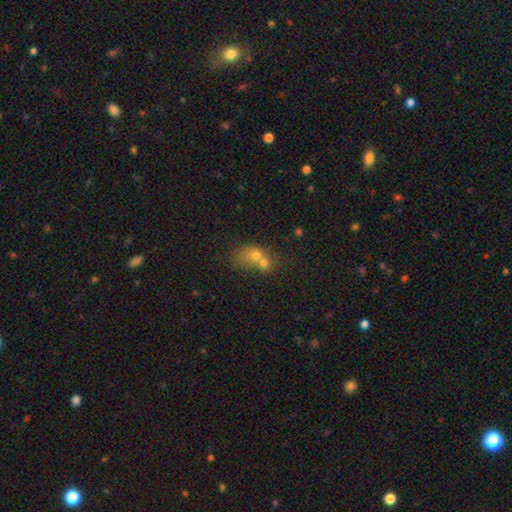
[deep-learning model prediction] Q: Smooth or featured?
A: smooth (62%); runner-up: featured or disk (21%)
Q: How rounded?
A: round (52%); runner-up: in between (46%)
Q: Merging?
A: merger (65%); runner-up: none (22%)